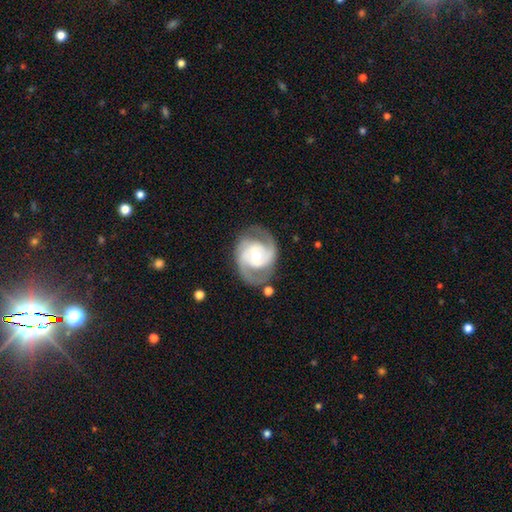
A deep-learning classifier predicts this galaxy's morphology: Q: Smooth or featured?
A: featured or disk (87%); runner-up: smooth (8%)
Q: Edge-on disk?
A: no (97%); runner-up: yes (3%)
Q: Bar?
A: weak (44%); runner-up: no (37%)
Q: Spiral arms?
A: yes (95%); runner-up: no (5%)
Q: Spiral winding?
A: medium (51%); runner-up: tight (36%)
Q: Spiral arm count?
A: 2 (85%); runner-up: can't tell (6%)
Q: Bulge size?
A: moderate (64%); runner-up: small (28%)
Q: Merging?
A: none (74%); runner-up: minor disturbance (16%)